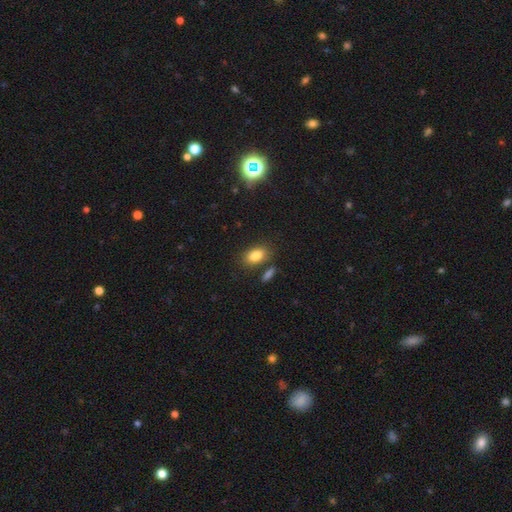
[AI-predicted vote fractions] Smooth or featured? Predicted: smooth (p=0.83). How rounded? Predicted: in between (p=0.86). Merging? Predicted: none (p=0.77).